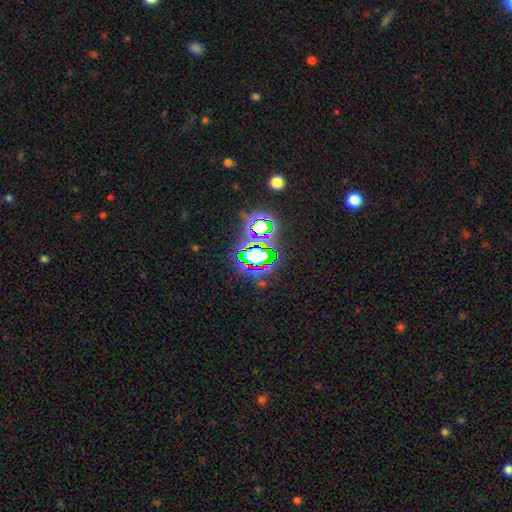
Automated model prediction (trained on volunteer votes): smooth_or_featured: star or artifact (p=0.71) [alt: smooth p=0.16]